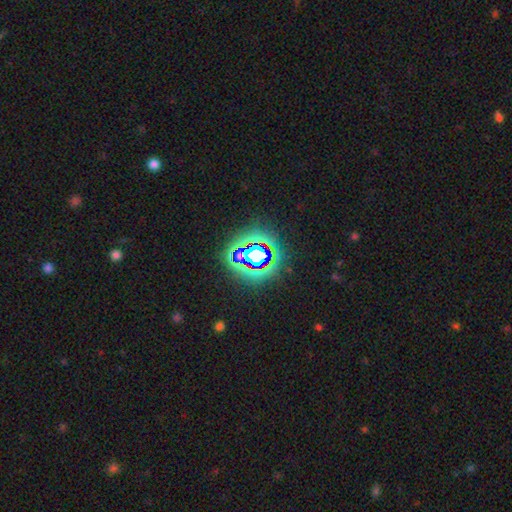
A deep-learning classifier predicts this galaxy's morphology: Smooth or featured? Predicted: star or artifact (p=0.70).